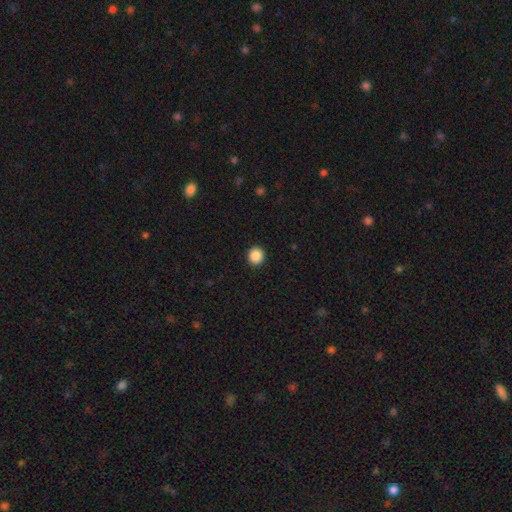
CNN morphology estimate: Overall: smooth (89%). How rounded: round (91%). Merging: none (92%).